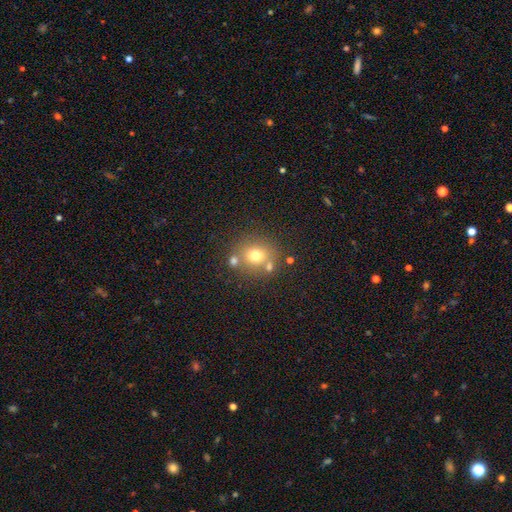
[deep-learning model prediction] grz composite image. It shows a smooth galaxy with no disk features (71%) that is round (80%). Merging: none (67%).